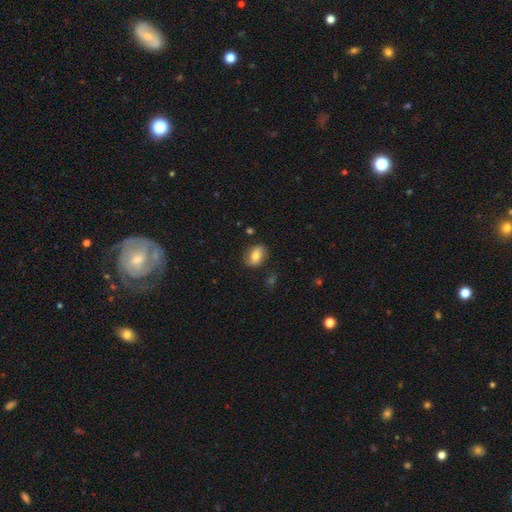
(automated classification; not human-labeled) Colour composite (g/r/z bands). It shows a smooth galaxy with no disk features (73%) that is in between round and cigar-shaped (79%). Merging: none (79%).